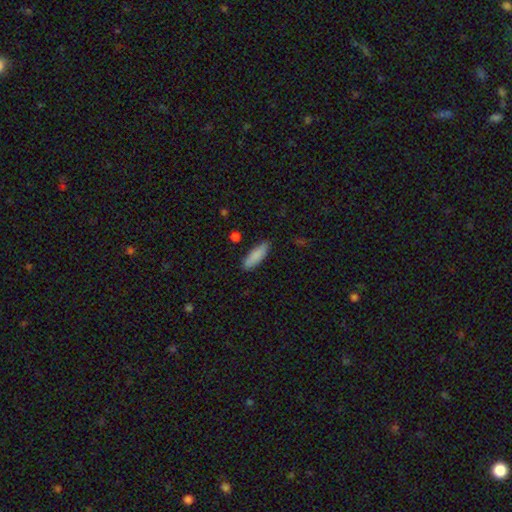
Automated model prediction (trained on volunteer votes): Smooth or featured? Predicted: smooth (p=0.87). How rounded? Predicted: in between (p=0.56). Merging? Predicted: none (p=0.82).